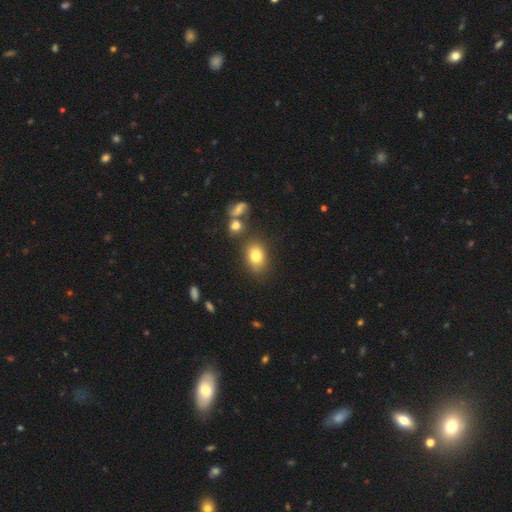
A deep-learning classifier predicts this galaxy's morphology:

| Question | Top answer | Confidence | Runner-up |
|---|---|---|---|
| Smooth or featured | smooth | 78% | featured or disk (11%) |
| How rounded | in between | 72% | round (26%) |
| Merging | none | 75% | minor disturbance (13%) |